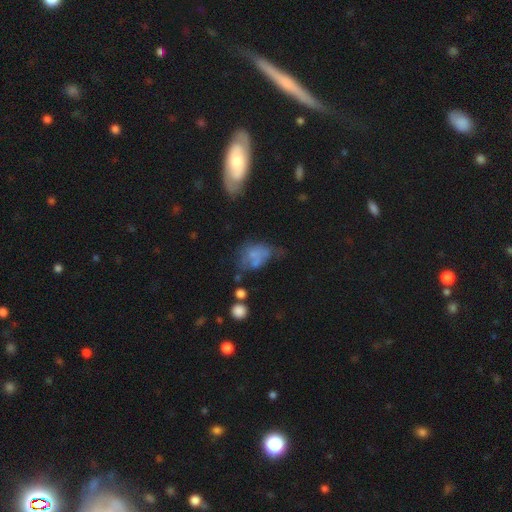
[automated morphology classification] Smooth or featured?
  - smooth: 53% *
  - featured or disk: 34%
  - star or artifact: 13%
How rounded?
  - in between: 78% *
  - round: 20%
  - cigar-shaped: 2%
Merging?
  - major disturbance: 30% *
  - minor disturbance: 26%
  - none: 25%
  - merger: 19%